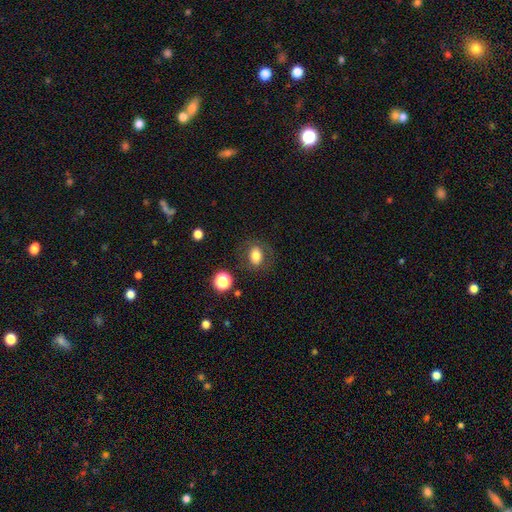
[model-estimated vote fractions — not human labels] smooth_or_featured: smooth (p=0.76) [alt: featured or disk p=0.14]
how_rounded: in between (p=0.67) [alt: round p=0.32]
merging: none (p=0.78) [alt: minor disturbance p=0.13]